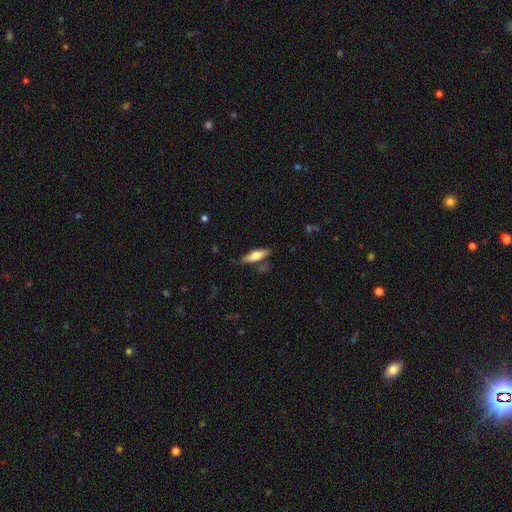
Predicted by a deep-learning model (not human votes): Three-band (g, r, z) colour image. It shows a smooth galaxy with no disk features (52%) that is cigar-shaped (61%). Merging: none (78%).